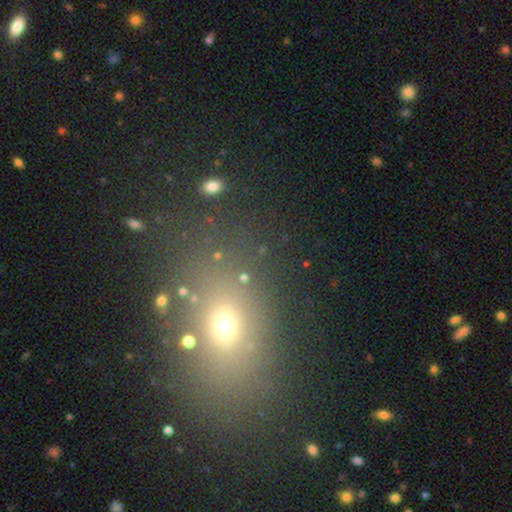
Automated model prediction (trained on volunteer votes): smooth 55%, star or artifact 32%, featured or disk 13%. Down the decision tree: how rounded — in between (62%); merging — none (80%).